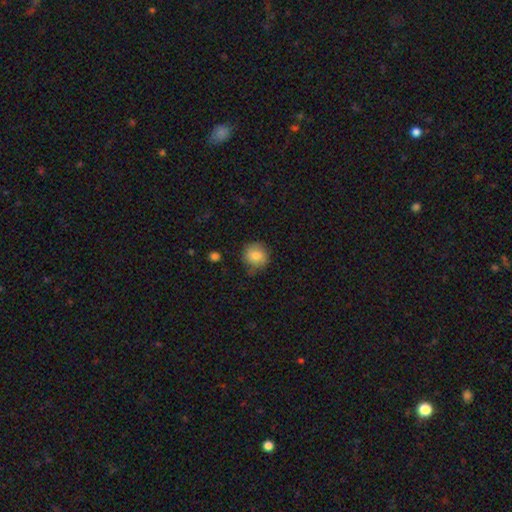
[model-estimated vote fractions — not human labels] smooth_or_featured: smooth (p=0.77) [alt: featured or disk p=0.14]
how_rounded: round (p=0.89) [alt: in between p=0.10]
merging: none (p=0.78) [alt: minor disturbance p=0.17]